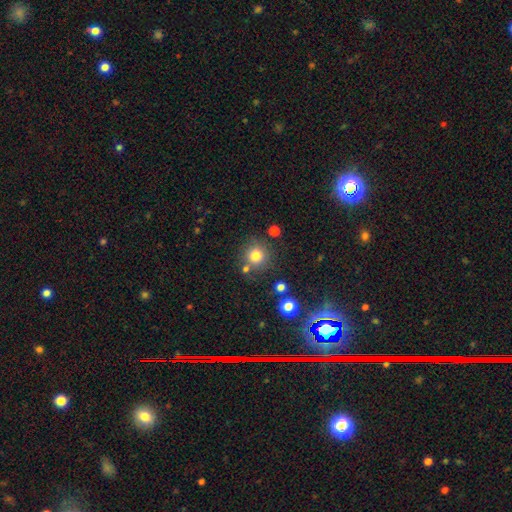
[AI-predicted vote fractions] smooth-or-featured: smooth: 80% | star or artifact: 13% | featured or disk: 7%
  how-rounded: round: 93% | in between: 6% | cigar-shaped: 1%
  merging: none: 77% | minor disturbance: 10% | merger: 9% | major disturbance: 4%